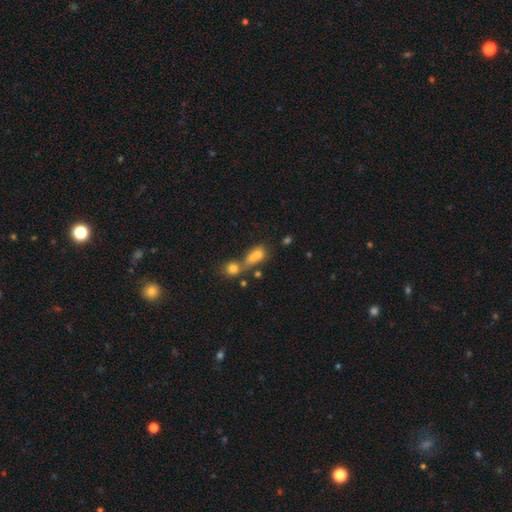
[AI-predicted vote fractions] This is likely a smooth galaxy (66%). How rounded: possibly in between (58%). Merging: possibly merger (54%).